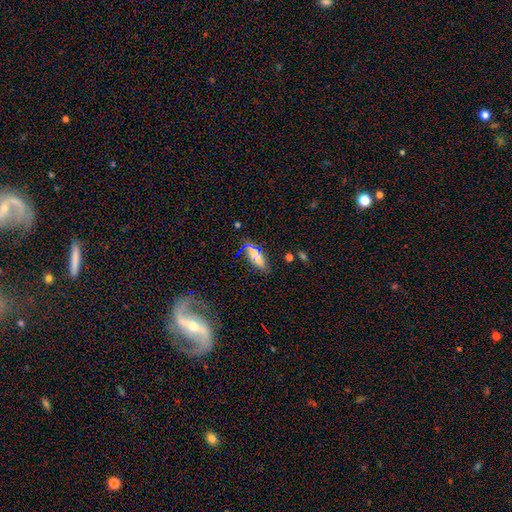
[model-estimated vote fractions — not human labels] Overall: smooth (57%; featured or disk 29%). How rounded: in between (60%; cigar-shaped 36%). Merging: none (69%).